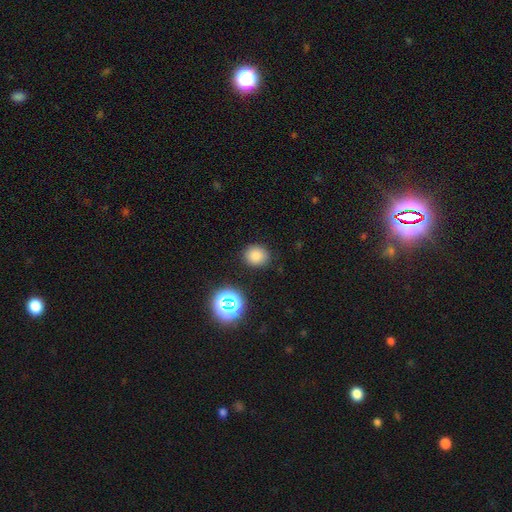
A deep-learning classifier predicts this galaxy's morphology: Q: Smooth or featured?
A: smooth (79%); runner-up: star or artifact (16%)
Q: How rounded?
A: round (75%); runner-up: in between (24%)
Q: Merging?
A: none (86%); runner-up: minor disturbance (9%)